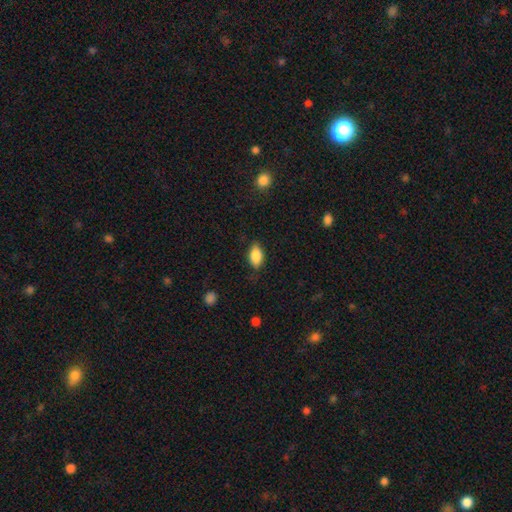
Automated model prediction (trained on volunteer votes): Smooth or featured? smooth (85%)
How rounded? in between (90%)
Merging? none (78%)